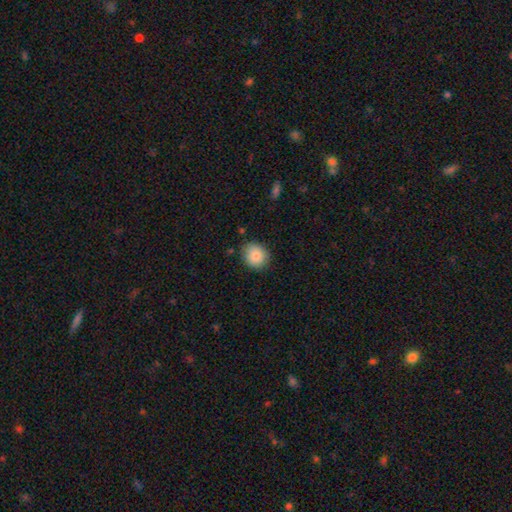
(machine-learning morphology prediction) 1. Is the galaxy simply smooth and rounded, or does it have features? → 86% smooth, 8% star or artifact, 6% featured or disk.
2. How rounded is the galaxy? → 77% round, 22% in between, 1% cigar-shaped.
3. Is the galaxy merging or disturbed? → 83% none, 13% minor disturbance, 3% major disturbance, 2% merger.